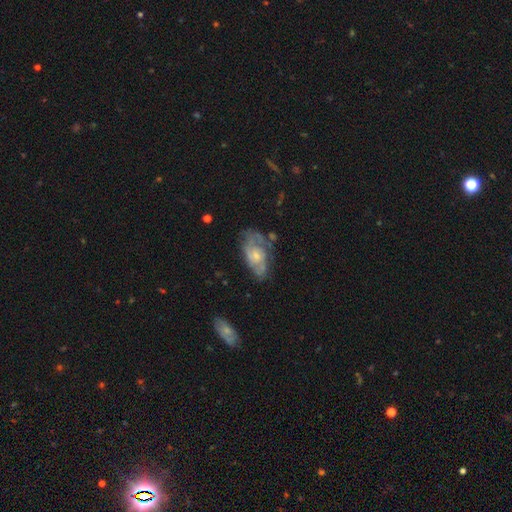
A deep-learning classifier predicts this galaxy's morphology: Smooth or featured? Predicted: featured or disk (p=0.69). Edge-on disk? Predicted: no (p=0.95). Bar? Predicted: no (p=0.73). Spiral arms? Predicted: yes (p=0.80). Spiral winding? Predicted: medium (p=0.42). Spiral arm count? Predicted: 2 (p=0.47). Bulge size? Predicted: small (p=0.55). Merging? Predicted: none (p=0.54).